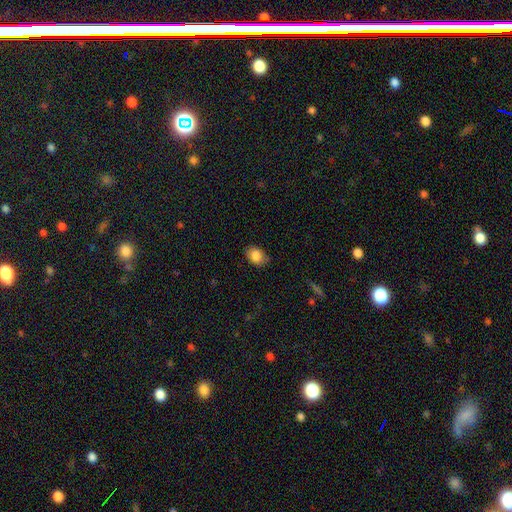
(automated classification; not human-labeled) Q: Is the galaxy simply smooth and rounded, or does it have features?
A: smooth — 86%.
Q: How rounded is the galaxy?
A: in between — 73%.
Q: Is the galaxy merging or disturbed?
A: none — 81%.